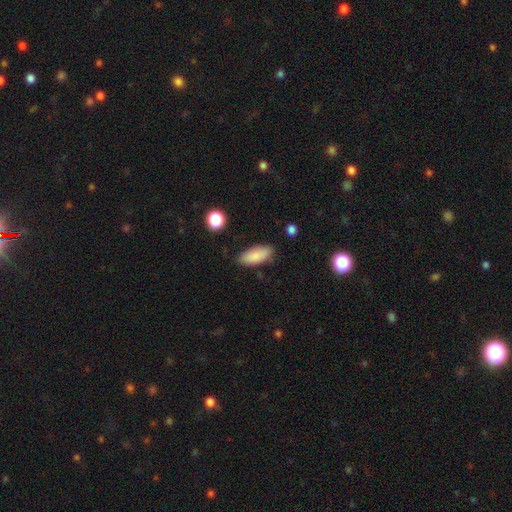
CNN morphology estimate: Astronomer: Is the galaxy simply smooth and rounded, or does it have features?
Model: smooth — 87%.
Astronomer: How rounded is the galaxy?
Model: in between — 81%.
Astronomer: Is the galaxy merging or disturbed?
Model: none — 82%.